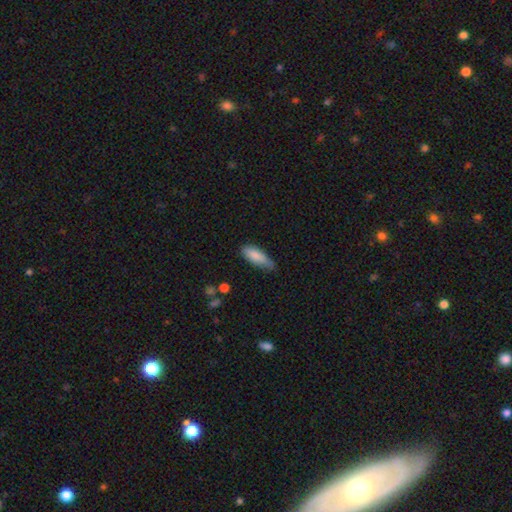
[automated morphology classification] Smooth or featured?
  - smooth: 83% *
  - featured or disk: 11%
  - star or artifact: 6%
How rounded?
  - in between: 67% *
  - cigar-shaped: 31%
  - round: 2%
Merging?
  - none: 54% *
  - minor disturbance: 37%
  - major disturbance: 6%
  - merger: 2%